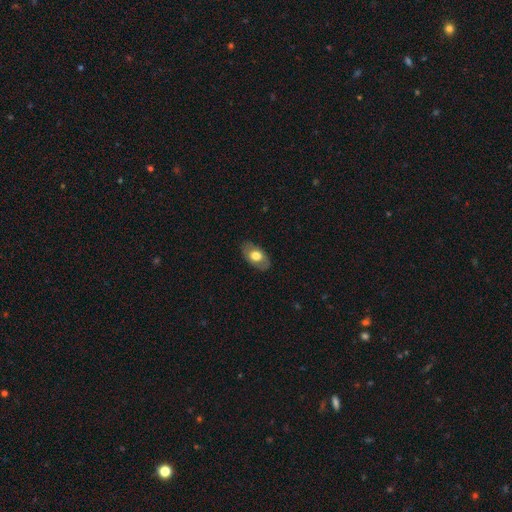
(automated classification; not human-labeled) Smooth or featured: smooth — 58% (featured or disk — 35%)
How rounded: in between — 90% (round — 9%)
Merging: none — 82% (minor disturbance — 13%)